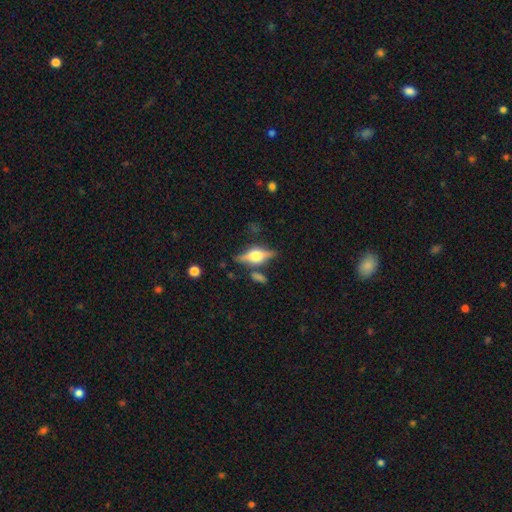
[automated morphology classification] A featured or disk galaxy (71%) viewed edge-on (95%) with a rounded central bulge (92%). Merging: none (76%).